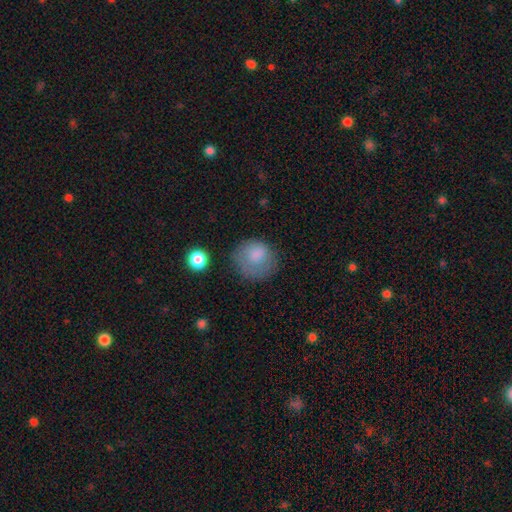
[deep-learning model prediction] A smooth galaxy with no disk features (77%) that is round (79%).

Vote fractions:
- Smooth or featured? smooth: 77% / featured or disk: 15% / star or artifact: 8%
- How rounded? round: 79% / in between: 20% / cigar-shaped: 1%
- Merging? none: 53% / minor disturbance: 26% / major disturbance: 18% / merger: 3%